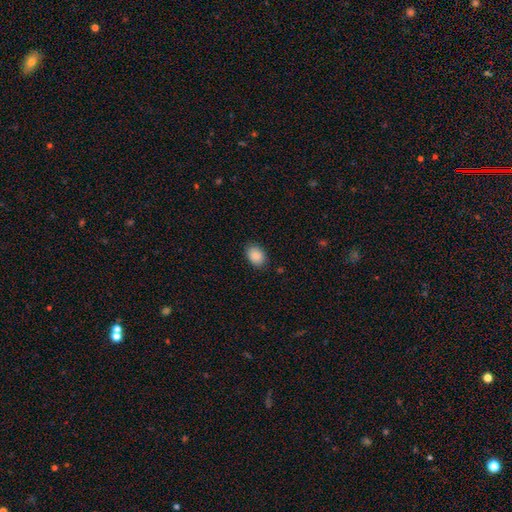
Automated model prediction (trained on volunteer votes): Overall: smooth (90%). How rounded: in between (72%). Merging: none (86%).